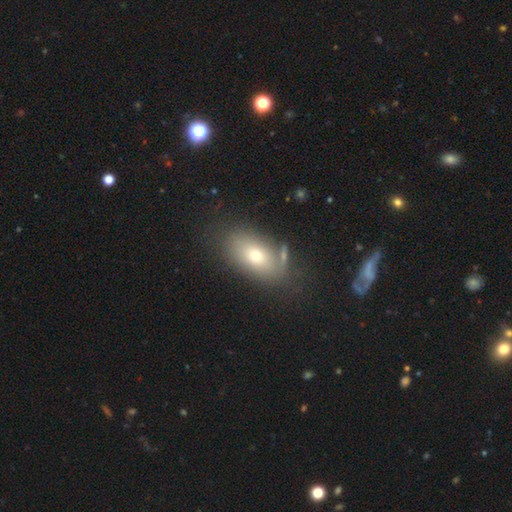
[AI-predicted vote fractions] Smooth or featured?
  - smooth: 67% *
  - featured or disk: 22%
  - star or artifact: 11%
How rounded?
  - in between: 88% *
  - round: 9%
  - cigar-shaped: 3%
Merging?
  - none: 71% *
  - minor disturbance: 16%
  - merger: 8%
  - major disturbance: 6%